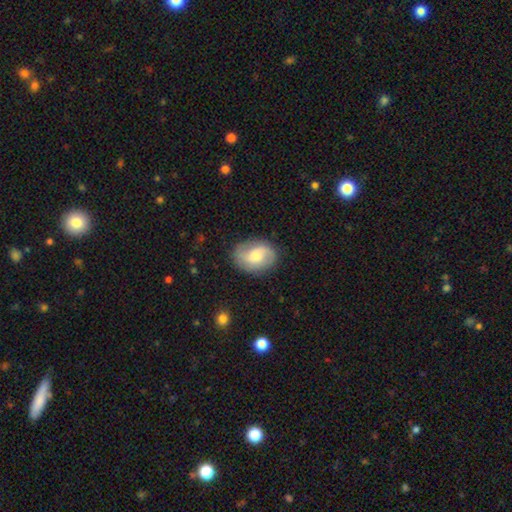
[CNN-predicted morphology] Smooth or featured?
  - featured or disk: 54% *
  - smooth: 39%
  - star or artifact: 7%
Edge-on disk?
  - no: 97% *
  - yes: 3%
Bar?
  - no: 53% *
  - weak: 39%
  - strong: 8%
Spiral arms?
  - yes: 87% *
  - no: 13%
Bulge size?
  - moderate: 51% *
  - small: 35%
  - large: 10%
  - none: 4%
  - dominant: 2%
Merging?
  - none: 77% *
  - minor disturbance: 16%
  - major disturbance: 6%
  - merger: 1%